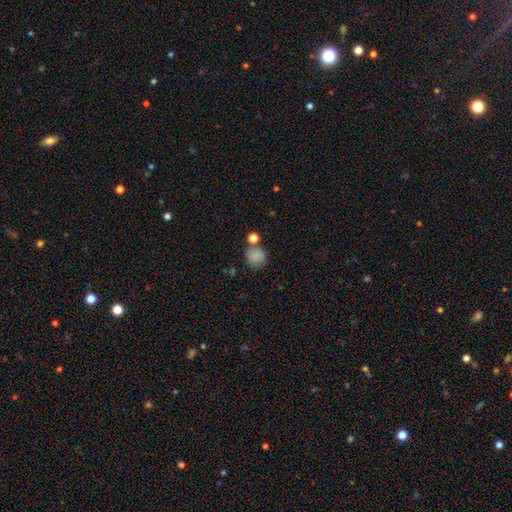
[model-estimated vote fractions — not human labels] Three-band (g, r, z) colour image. It shows a smooth galaxy with no disk features (80%) that is round (85%). Merging: none (67%).